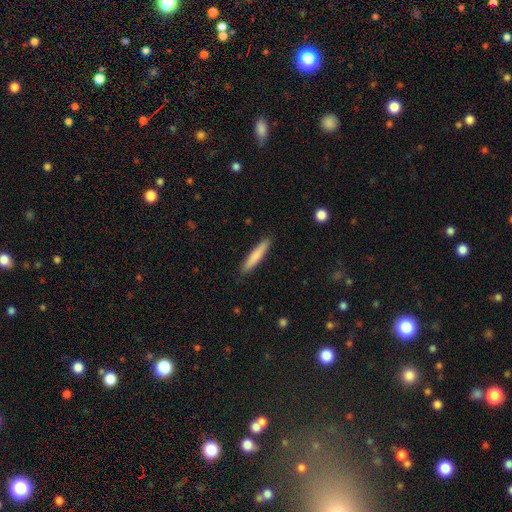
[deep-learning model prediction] The model was most divided on "smooth or featured": smooth: 79%, featured or disk: 16%, star or artifact: 5%. More confident: how rounded — cigar-shaped (92%); merging — none (90%).